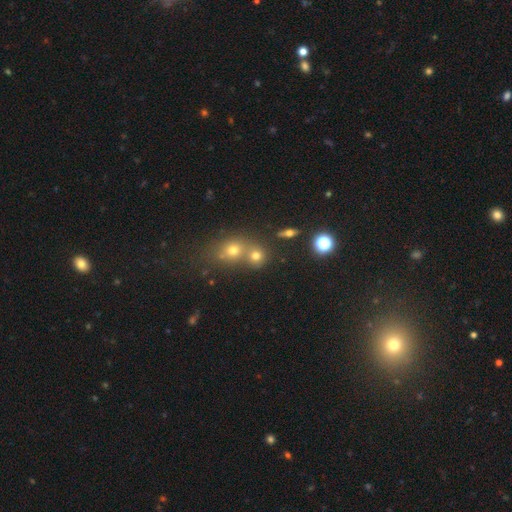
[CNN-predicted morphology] This is likely a smooth galaxy (70%). How rounded: clearly round (80%). Merging: possibly none (49%).